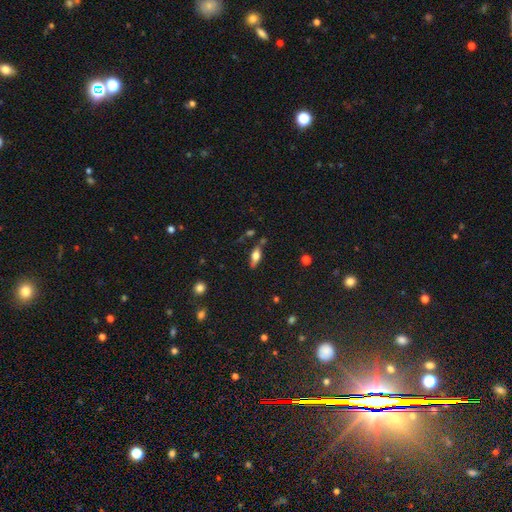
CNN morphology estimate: Q: Smooth or featured?
A: smooth (47%); runner-up: featured or disk (44%)
Q: Merging?
A: none (74%); runner-up: minor disturbance (16%)